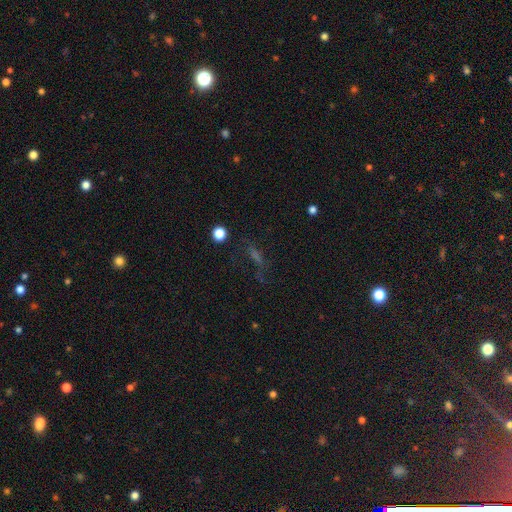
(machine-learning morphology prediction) This appears to be a smooth galaxy with no disk features (39%). Merging: none (54%).